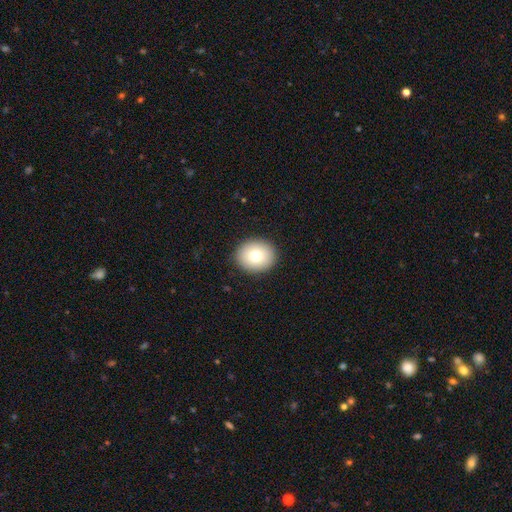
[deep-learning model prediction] Overall: smooth (78%). How rounded: round (66%; in between 33%). Merging: none (90%).